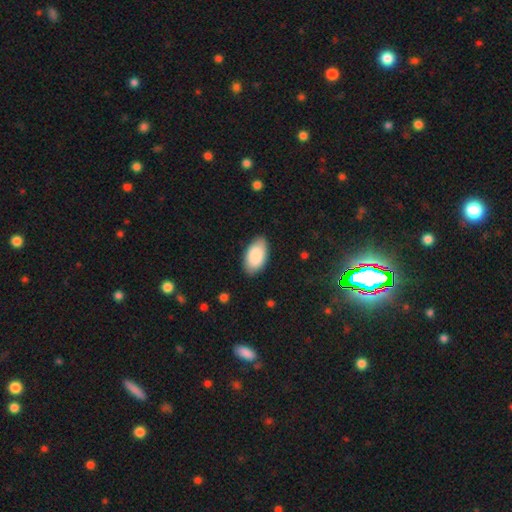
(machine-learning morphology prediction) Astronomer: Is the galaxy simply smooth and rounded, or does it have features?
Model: smooth — 88%.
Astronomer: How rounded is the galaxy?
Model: in between — 96%.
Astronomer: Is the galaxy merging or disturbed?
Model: none — 85%.